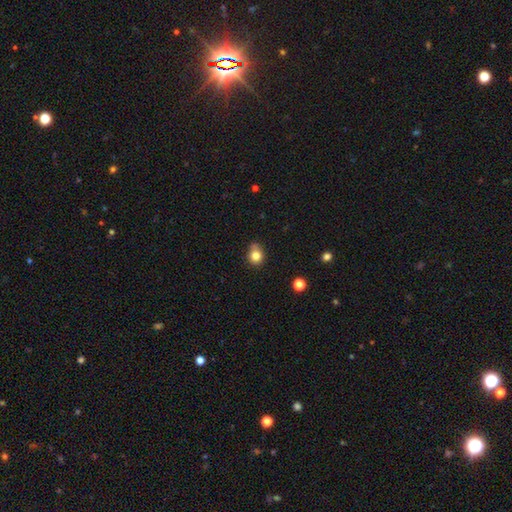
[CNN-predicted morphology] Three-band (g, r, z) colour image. It shows a smooth galaxy with no disk features (81%) that is round (71%). Merging: none (60%).